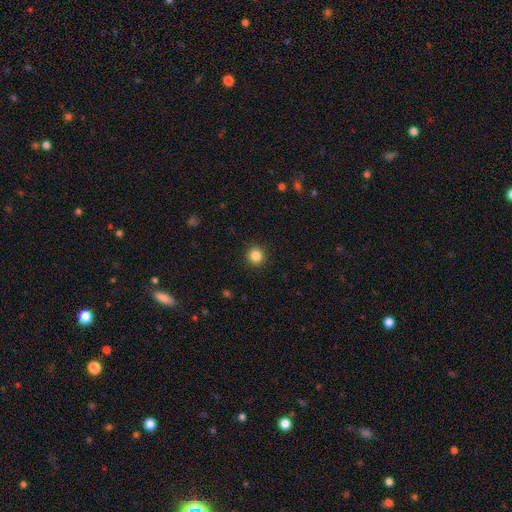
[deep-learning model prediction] smooth-or-featured: smooth: 85% | star or artifact: 11% | featured or disk: 4%
  how-rounded: round: 95% | in between: 4% | cigar-shaped: 1%
  merging: none: 92% | minor disturbance: 5% | major disturbance: 2% | merger: 1%